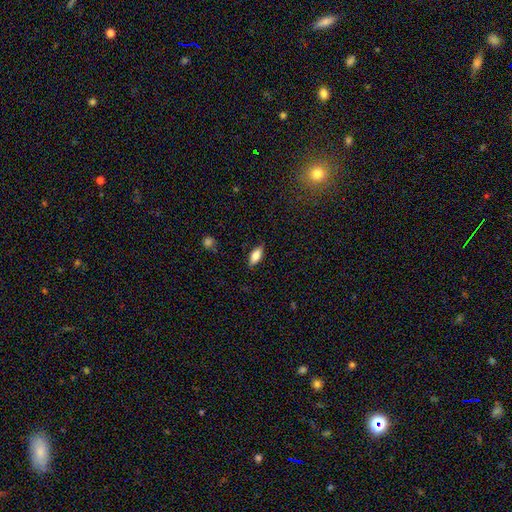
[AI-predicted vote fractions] The model was most divided on "smooth or featured": smooth: 77%, featured or disk: 16%, star or artifact: 7%. More confident: merging — none (85%); how rounded — in between (79%).